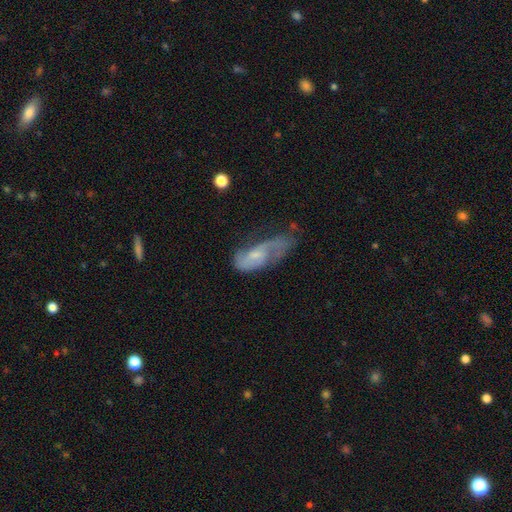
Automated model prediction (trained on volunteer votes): smooth_or_featured: featured or disk (p=0.61) [alt: smooth p=0.32]
disk_edge_on: no (p=0.90) [alt: yes p=0.10]
bar: no (p=0.59) [alt: weak p=0.35]
has_spiral_arms: yes (p=0.79) [alt: no p=0.21]
bulge_size: small (p=0.53) [alt: moderate p=0.32]
merging: minor disturbance (p=0.32) [tied with: none p=0.32, major disturbance p=0.32]